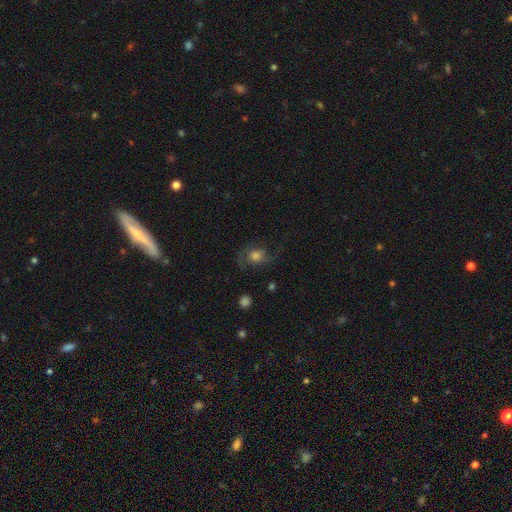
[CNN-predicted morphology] type=featured or disk (46%); merging=none (53%).